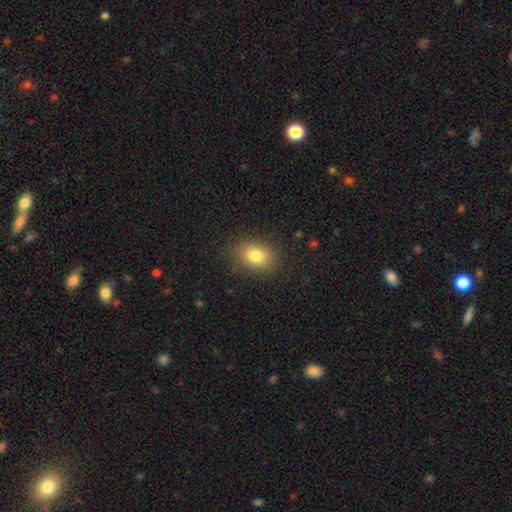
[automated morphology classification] A smooth galaxy with no disk features (81%) that is in between round and cigar-shaped (65%). Merging: none (86%).